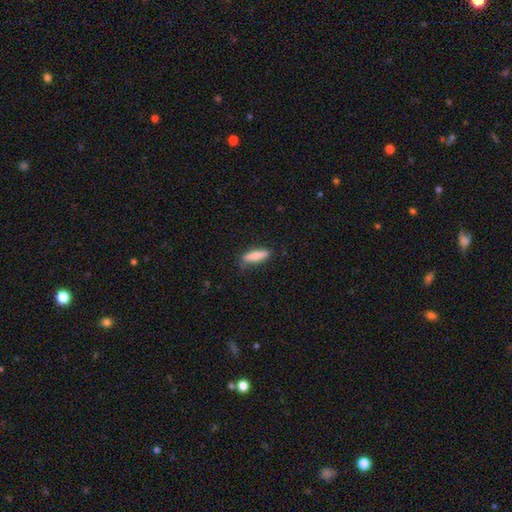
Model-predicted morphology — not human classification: Smooth or featured?
  - smooth: 81% *
  - featured or disk: 13%
  - star or artifact: 6%
How rounded?
  - cigar-shaped: 67% *
  - in between: 31%
  - round: 2%
Merging?
  - none: 76% *
  - minor disturbance: 19%
  - major disturbance: 4%
  - merger: 2%